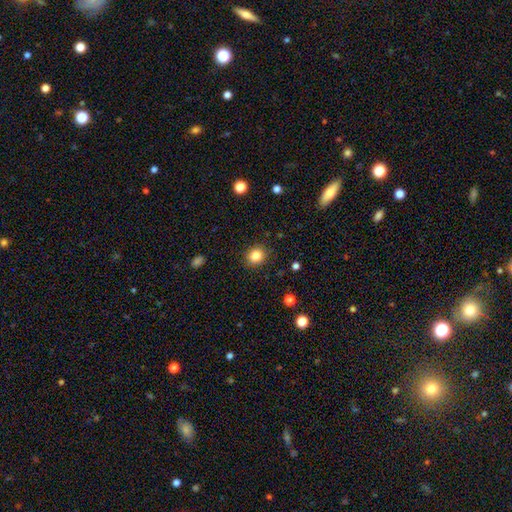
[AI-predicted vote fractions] smooth_or_featured: smooth (p=0.84) [alt: star or artifact p=0.11]
how_rounded: round (p=0.78) [alt: in between p=0.21]
merging: none (p=0.89) [alt: minor disturbance p=0.07]